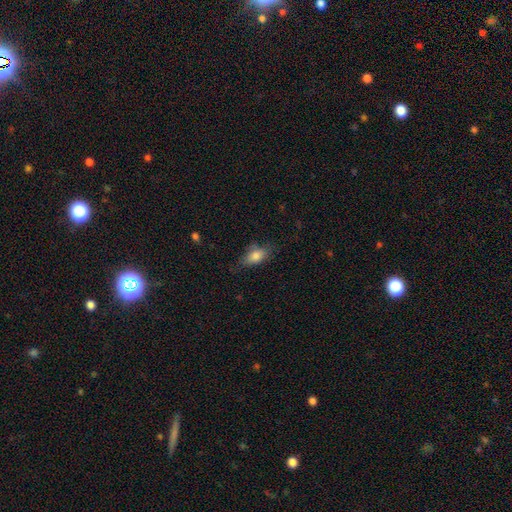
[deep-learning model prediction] A smooth galaxy with no disk features (78%) that is in between round and cigar-shaped (83%). Merging: none (63%).